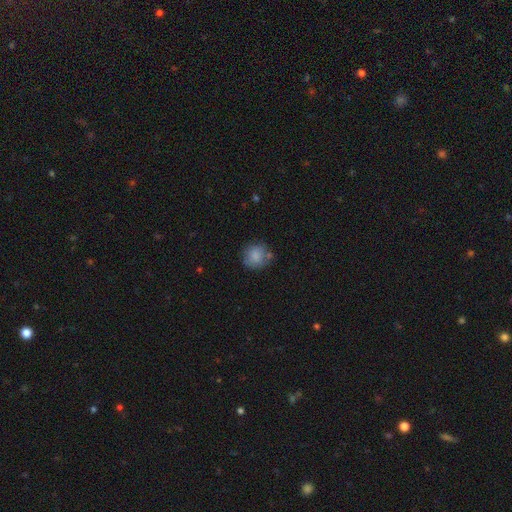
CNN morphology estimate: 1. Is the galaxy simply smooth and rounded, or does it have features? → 81% smooth, 10% featured or disk, 9% star or artifact.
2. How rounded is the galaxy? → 84% round, 15% in between, 1% cigar-shaped.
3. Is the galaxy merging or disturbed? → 68% none, 19% minor disturbance, 8% merger, 6% major disturbance.